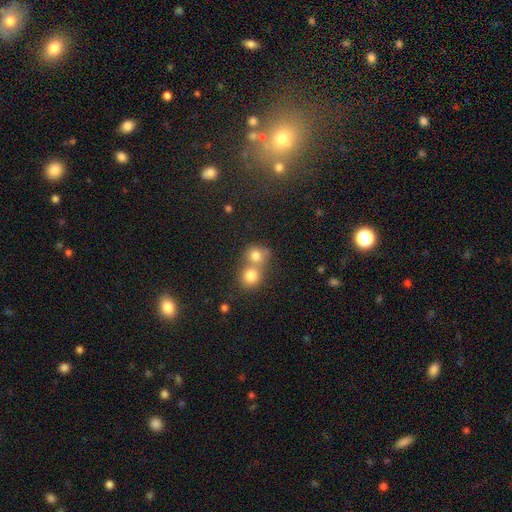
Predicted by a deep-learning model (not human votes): Smooth or featured?
  - smooth: 77% *
  - star or artifact: 12%
  - featured or disk: 11%
How rounded?
  - round: 80% *
  - in between: 19%
  - cigar-shaped: 1%
Merging?
  - merger: 60% *
  - none: 32%
  - minor disturbance: 6%
  - major disturbance: 3%